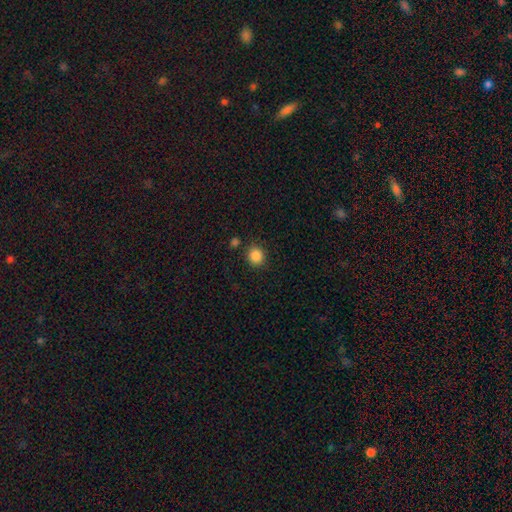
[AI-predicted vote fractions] Smooth or featured?
  - smooth: 86% *
  - star or artifact: 10%
  - featured or disk: 4%
How rounded?
  - round: 86% *
  - in between: 13%
  - cigar-shaped: 1%
Merging?
  - none: 85% *
  - minor disturbance: 8%
  - merger: 4%
  - major disturbance: 3%